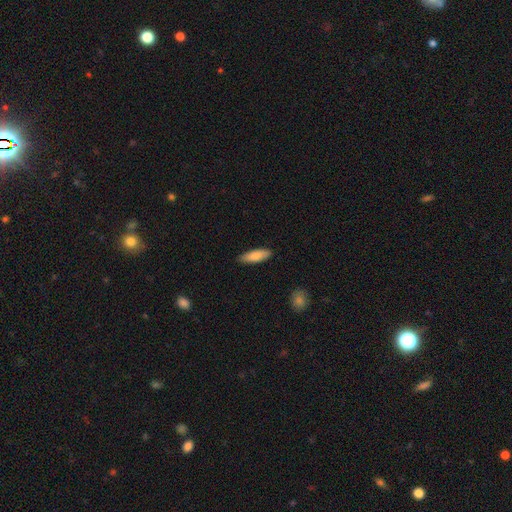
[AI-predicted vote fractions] A smooth galaxy with no disk features (82%) that is in between round and cigar-shaped (51%). Merging: none (86%).